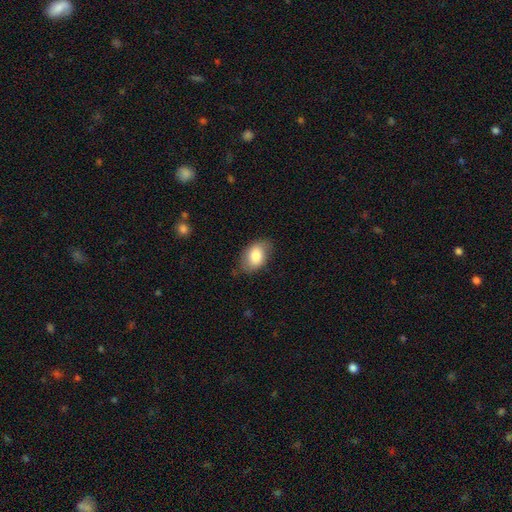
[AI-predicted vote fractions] A smooth galaxy with no disk features (81%) that is in between round and cigar-shaped (87%). Merging: none (72%).